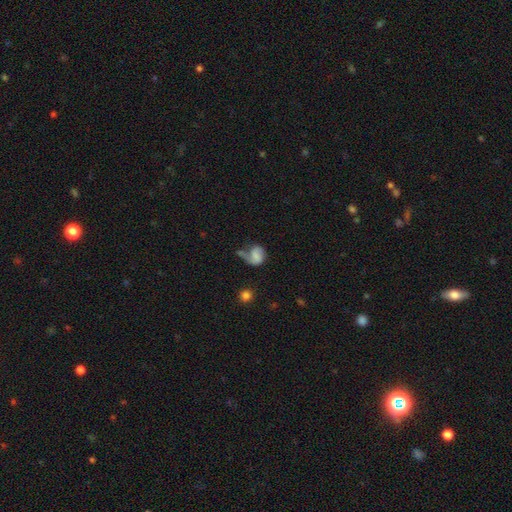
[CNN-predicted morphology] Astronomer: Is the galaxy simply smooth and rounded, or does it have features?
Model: smooth — 52% (runner-up: featured or disk, 39%).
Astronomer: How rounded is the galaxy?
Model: round — 53% (runner-up: in between, 45%).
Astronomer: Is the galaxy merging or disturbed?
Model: none — 33% (runner-up: major disturbance, 32%).